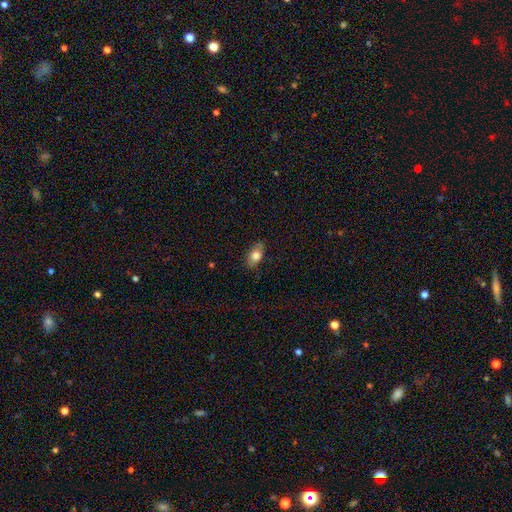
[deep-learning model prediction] A smooth galaxy with no disk features (75%) that is in between round and cigar-shaped (85%). Merging: none (78%).